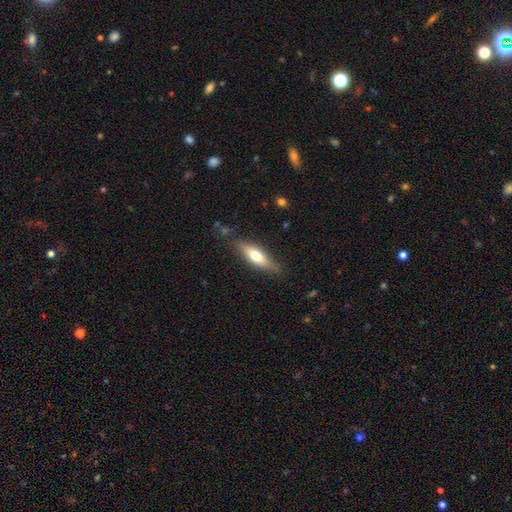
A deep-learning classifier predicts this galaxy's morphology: type=smooth (57%); roundness=cigar-shaped (53%); merging=none (80%).